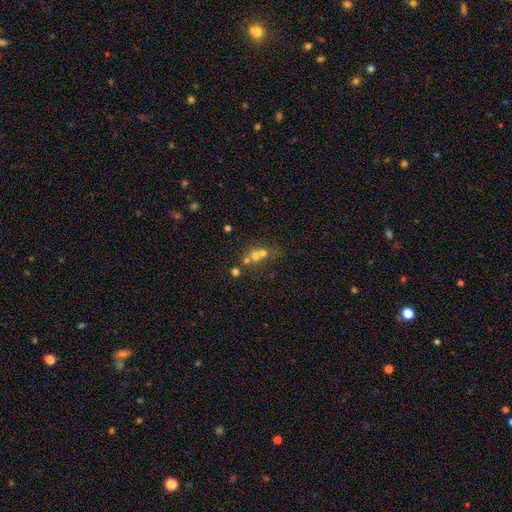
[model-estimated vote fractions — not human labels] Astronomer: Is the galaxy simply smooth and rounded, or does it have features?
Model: smooth — 57%.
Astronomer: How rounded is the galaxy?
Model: round — 79%.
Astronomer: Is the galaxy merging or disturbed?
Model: merger — 57%.